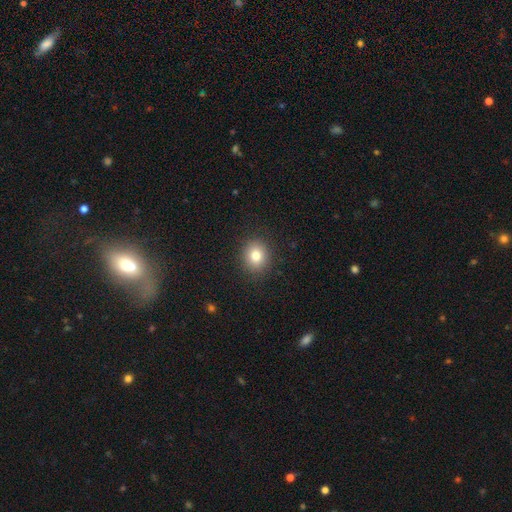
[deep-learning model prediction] smooth-or-featured: smooth: 80% | star or artifact: 12% | featured or disk: 8%
  how-rounded: round: 77% | in between: 22% | cigar-shaped: 1%
  merging: none: 89% | minor disturbance: 7% | major disturbance: 3% | merger: 1%